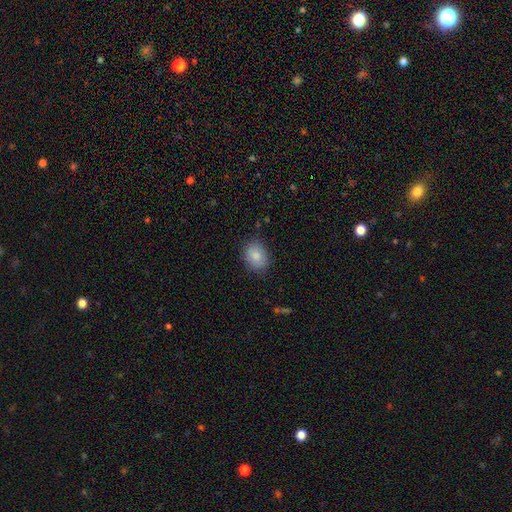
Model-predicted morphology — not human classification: Smooth or featured: smooth — 85% (star or artifact — 8%)
How rounded: in between — 57% (round — 42%)
Merging: none — 83% (minor disturbance — 12%)